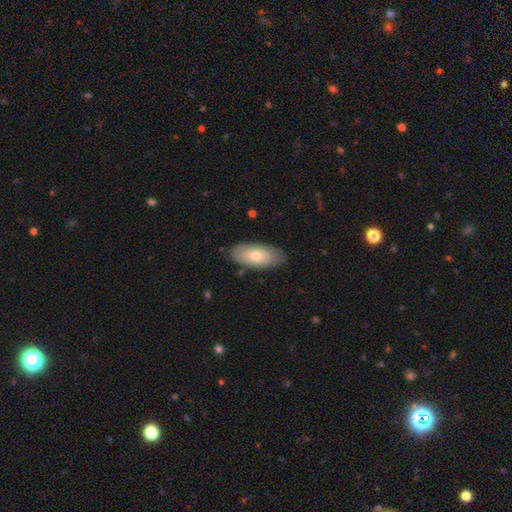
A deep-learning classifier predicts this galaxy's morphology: Smooth or featured: smooth — 66% (featured or disk — 28%)
How rounded: in between — 88% (cigar-shaped — 10%)
Merging: none — 83% (minor disturbance — 13%)